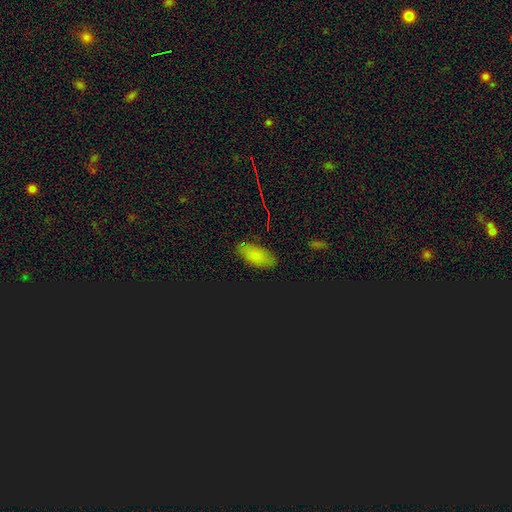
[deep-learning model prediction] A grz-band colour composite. It shows a smooth galaxy with no disk features (75%) that is in between round and cigar-shaped (90%). Merging: none (84%).